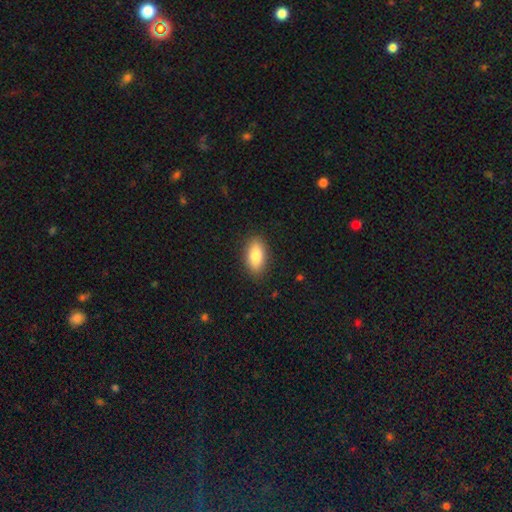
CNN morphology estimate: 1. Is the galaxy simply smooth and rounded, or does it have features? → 83% smooth, 10% featured or disk, 7% star or artifact.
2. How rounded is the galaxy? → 87% in between, 9% cigar-shaped, 4% round.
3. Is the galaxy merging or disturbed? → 87% none, 9% minor disturbance, 2% major disturbance, 1% merger.